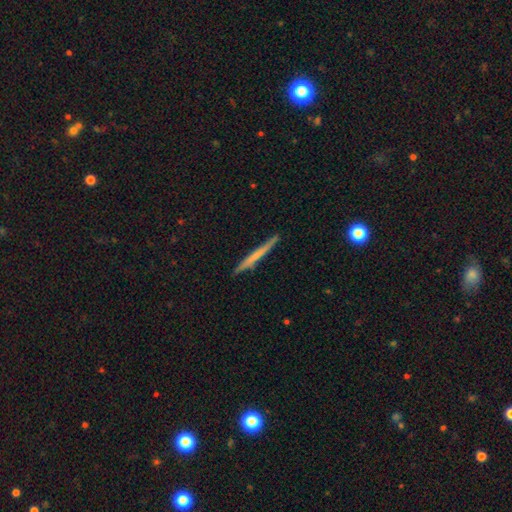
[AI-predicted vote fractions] Overall: smooth (50%; featured or disk 44%). How rounded: cigar-shaped (97%). Merging: none (89%).